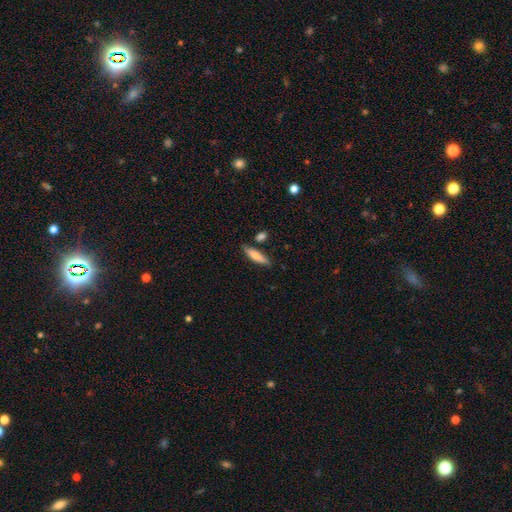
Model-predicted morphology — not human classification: This appears to be a smooth galaxy with no disk features (74%) that is cigar-shaped (75%). Merging: none (80%).